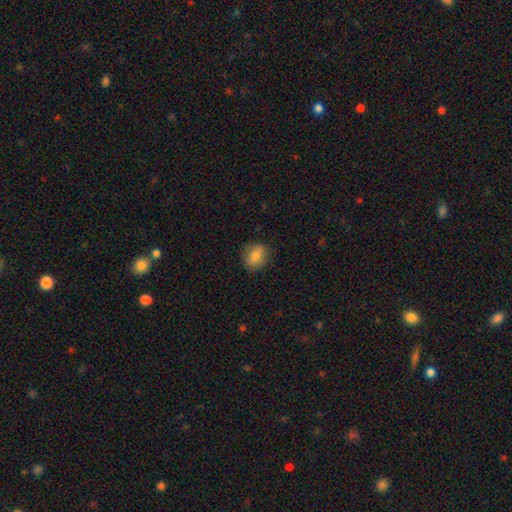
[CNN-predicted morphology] A smooth galaxy with no disk features (80%) that is round (58%). Merging: none (83%).